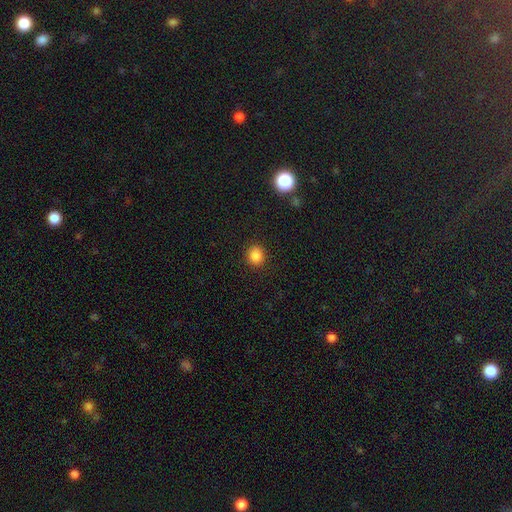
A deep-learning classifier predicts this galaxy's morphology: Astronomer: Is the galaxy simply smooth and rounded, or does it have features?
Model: smooth — 85%.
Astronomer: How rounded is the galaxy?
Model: round — 84%.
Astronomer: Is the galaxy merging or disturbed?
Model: none — 91%.